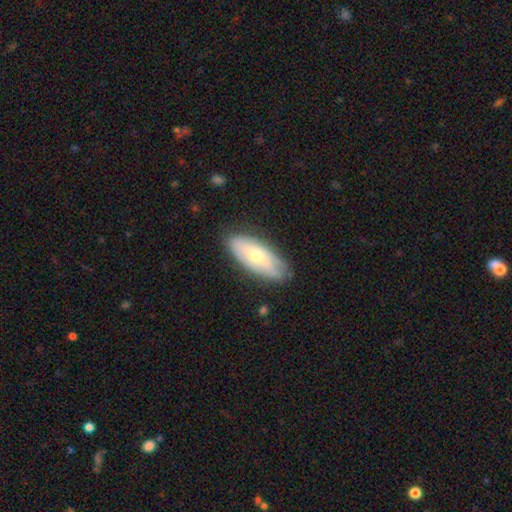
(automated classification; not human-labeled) smooth-or-featured: smooth: 53% | featured or disk: 41% | star or artifact: 6%
  how-rounded: in between: 82% | cigar-shaped: 16% | round: 2%
  merging: none: 80% | minor disturbance: 16% | major disturbance: 3% | merger: 1%